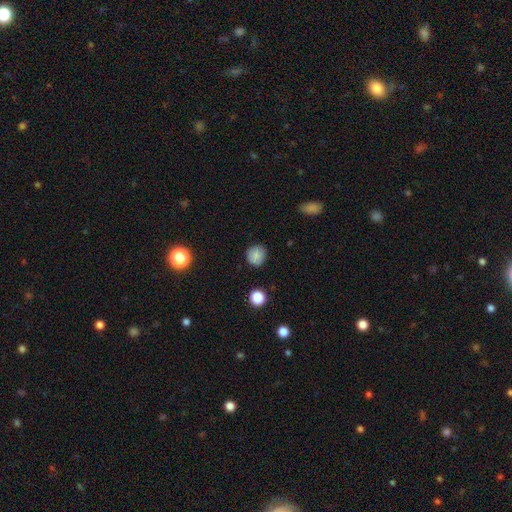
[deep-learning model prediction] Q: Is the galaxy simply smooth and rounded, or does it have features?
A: smooth — 83%.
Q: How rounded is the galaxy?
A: round — 91%.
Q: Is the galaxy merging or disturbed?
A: none — 87%.